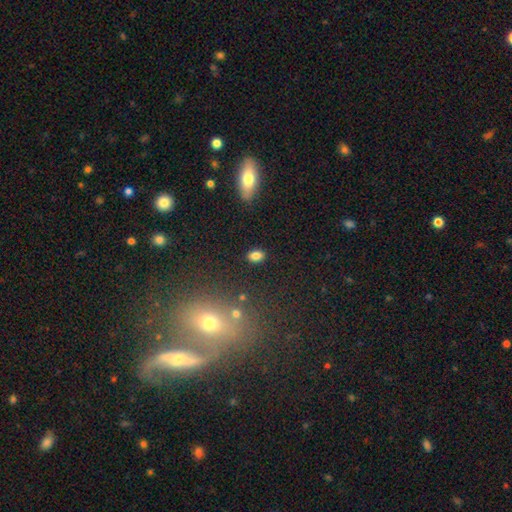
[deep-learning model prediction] A smooth galaxy with no disk features (83%) that is in between round and cigar-shaped (81%).

Vote fractions:
- Smooth or featured? smooth: 83% / star or artifact: 11% / featured or disk: 6%
- How rounded? in between: 81% / round: 18% / cigar-shaped: 2%
- Merging? none: 86% / minor disturbance: 9% / major disturbance: 2% / merger: 2%